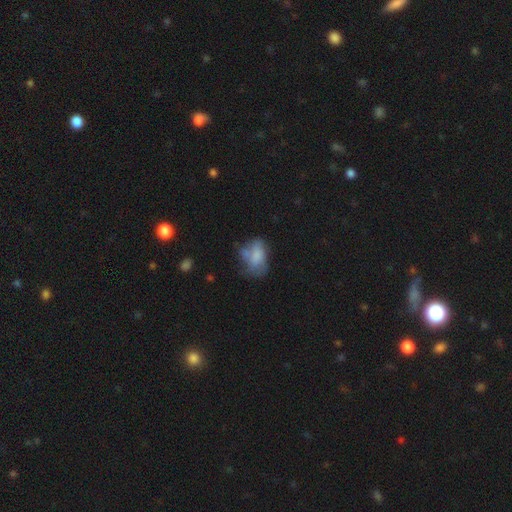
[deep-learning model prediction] A smooth galaxy with no disk features (64%) that is in between round and cigar-shaped (82%).

Vote fractions:
- Smooth or featured? smooth: 64% / featured or disk: 26% / star or artifact: 9%
- How rounded? in between: 82% / round: 16% / cigar-shaped: 2%
- Merging? none: 36% / minor disturbance: 29% / major disturbance: 22% / merger: 14%